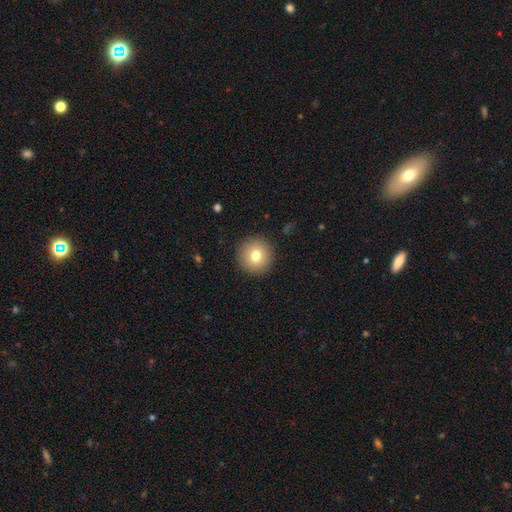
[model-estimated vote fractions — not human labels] A smooth galaxy with no disk features (76%) that is round (95%).

Vote fractions:
- Smooth or featured? smooth: 76% / featured or disk: 14% / star or artifact: 10%
- How rounded? round: 95% / in between: 4% / cigar-shaped: 1%
- Merging? none: 91% / minor disturbance: 6% / major disturbance: 2% / merger: 1%